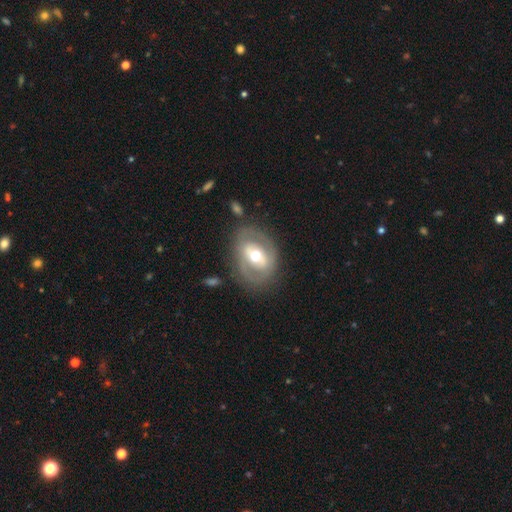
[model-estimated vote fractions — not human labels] A featured or disk galaxy (64%) with no bar (36%), no spiral arms (63%) and a moderate central bulge (73%). Merging: none (75%).